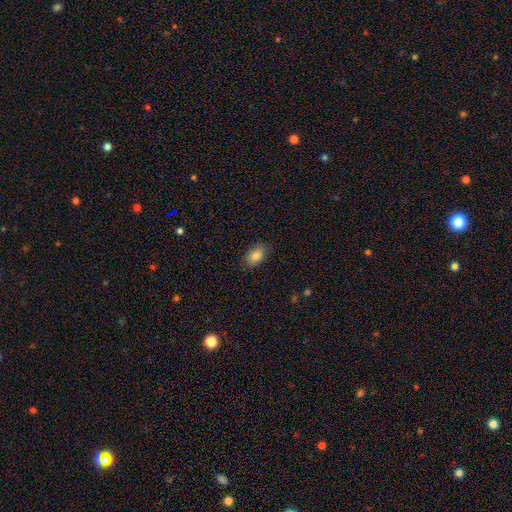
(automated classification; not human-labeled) smooth_or_featured: smooth (p=0.84) [alt: star or artifact p=0.09]
how_rounded: in between (p=0.88) [alt: round p=0.10]
merging: none (p=0.83) [alt: minor disturbance p=0.13]